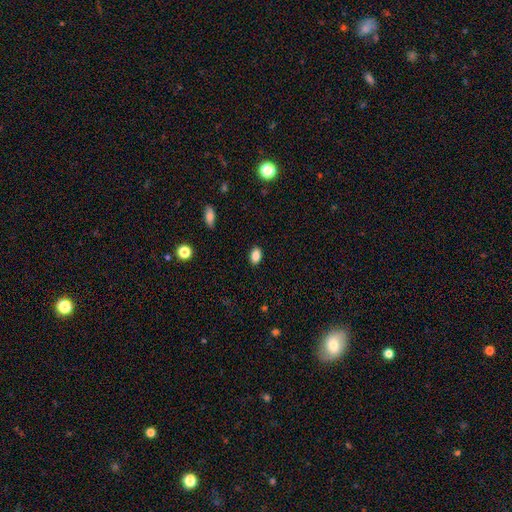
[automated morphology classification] The model was most divided on "how rounded": in between: 86%, round: 12%, cigar-shaped: 2%. More confident: merging — none (88%); smooth or featured — smooth (86%).